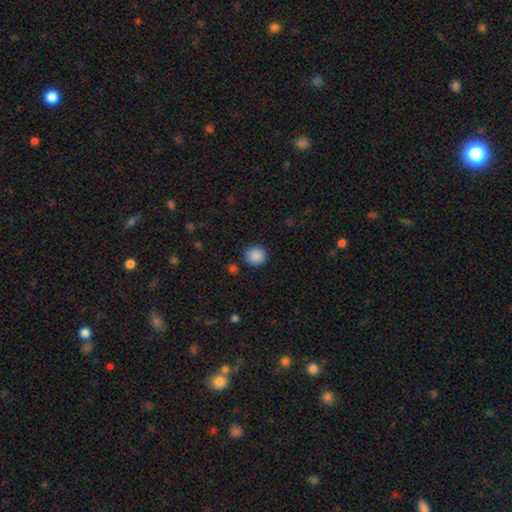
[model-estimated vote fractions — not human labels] smooth_or_featured: smooth (p=0.88) [alt: star or artifact p=0.09]
how_rounded: round (p=0.92) [alt: in between p=0.07]
merging: none (p=0.90) [alt: minor disturbance p=0.06]